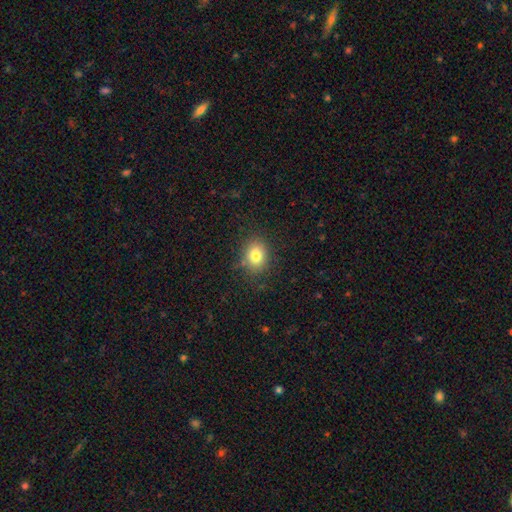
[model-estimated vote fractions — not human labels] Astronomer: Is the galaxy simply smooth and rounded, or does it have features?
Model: smooth — 80%.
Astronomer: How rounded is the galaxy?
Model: round — 53% (runner-up: in between, 46%).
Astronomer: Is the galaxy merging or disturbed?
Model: none — 83%.